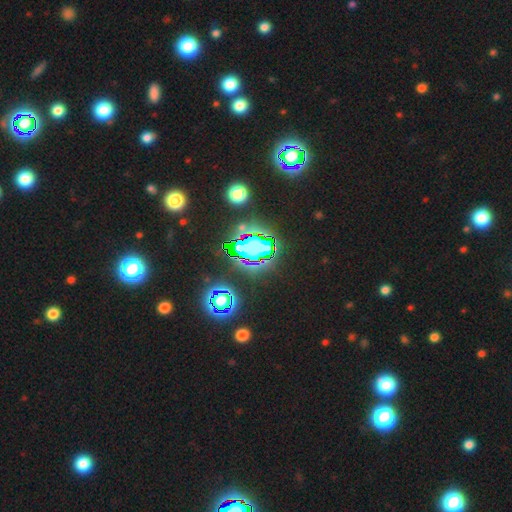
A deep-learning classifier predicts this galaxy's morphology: This is likely a star or artifact rather than a galaxy (77%).